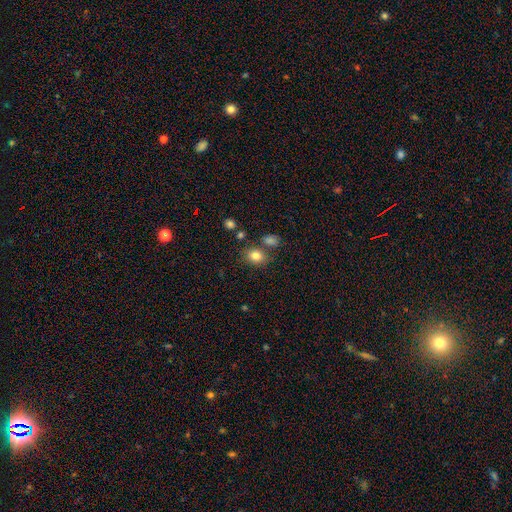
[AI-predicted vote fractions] Morphology: type=smooth (82%); roundness=in between (50%); merging=none (72%).